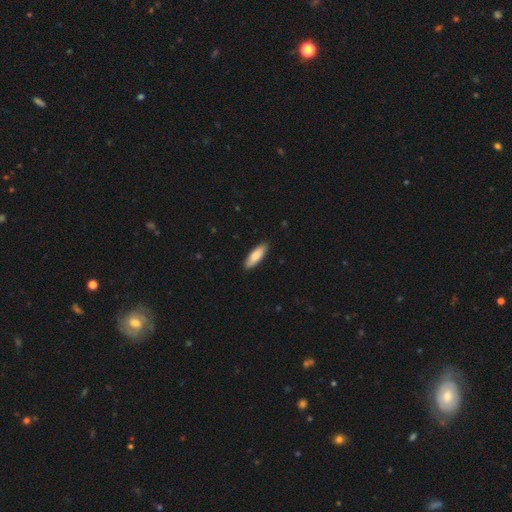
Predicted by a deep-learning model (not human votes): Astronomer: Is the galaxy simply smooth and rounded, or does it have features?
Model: smooth — 84%.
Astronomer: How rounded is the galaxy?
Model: in between — 58% (runner-up: cigar-shaped, 41%).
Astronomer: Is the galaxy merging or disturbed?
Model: none — 89%.